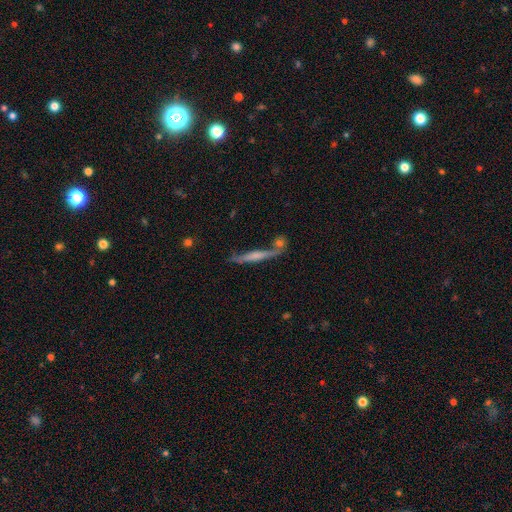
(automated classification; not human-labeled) featured or disk 54%, smooth 38%, star or artifact 8%. Down the decision tree: edge-on disk — yes (91%); merging — none (63%).